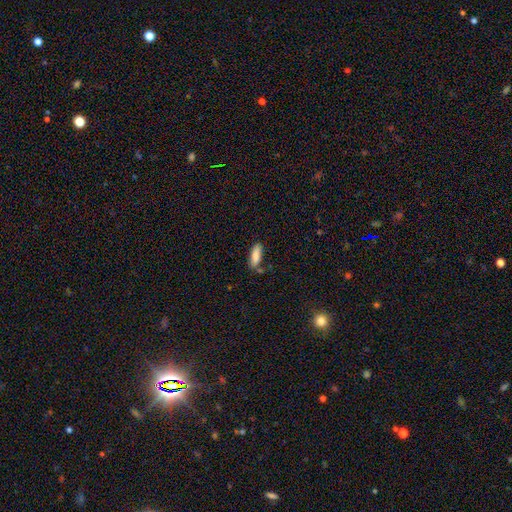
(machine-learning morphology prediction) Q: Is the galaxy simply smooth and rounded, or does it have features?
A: smooth — 84%.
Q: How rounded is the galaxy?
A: in between — 62%.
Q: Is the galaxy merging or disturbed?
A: none — 74%.